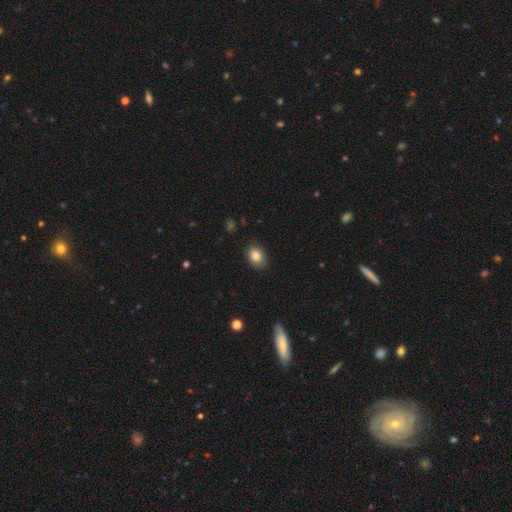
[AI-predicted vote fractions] Smooth or featured? smooth (85%)
How rounded? in between (78%)
Merging? none (85%)